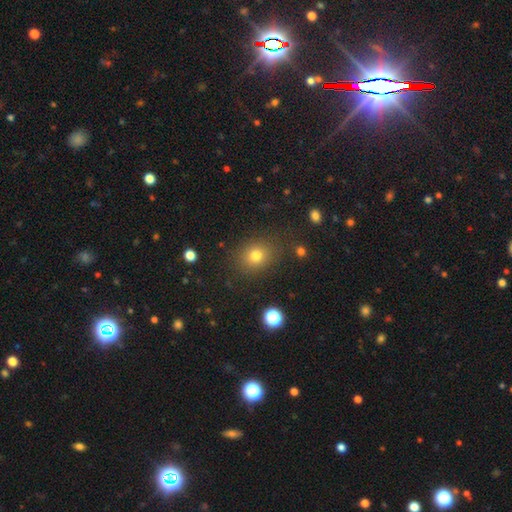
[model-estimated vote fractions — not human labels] smooth_or_featured: smooth (p=0.75) [alt: star or artifact p=0.16]
how_rounded: round (p=0.63) [alt: in between p=0.36]
merging: none (p=0.84) [alt: minor disturbance p=0.10]